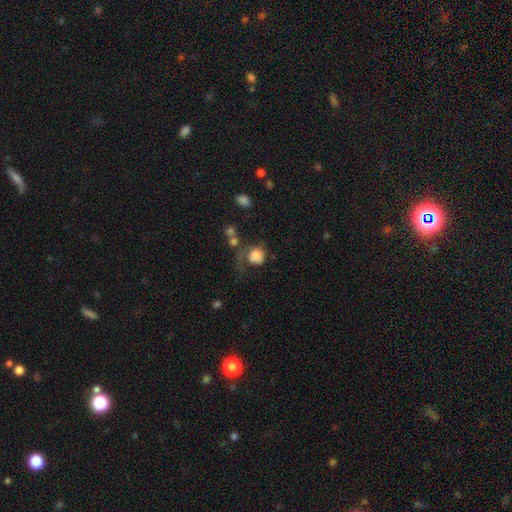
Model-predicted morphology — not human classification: A smooth galaxy with no disk features (72%) that is round (72%).

Vote fractions:
- Smooth or featured? smooth: 72% / featured or disk: 19% / star or artifact: 9%
- How rounded? round: 72% / in between: 27% / cigar-shaped: 1%
- Merging? major disturbance: 42% / none: 29% / minor disturbance: 19% / merger: 10%